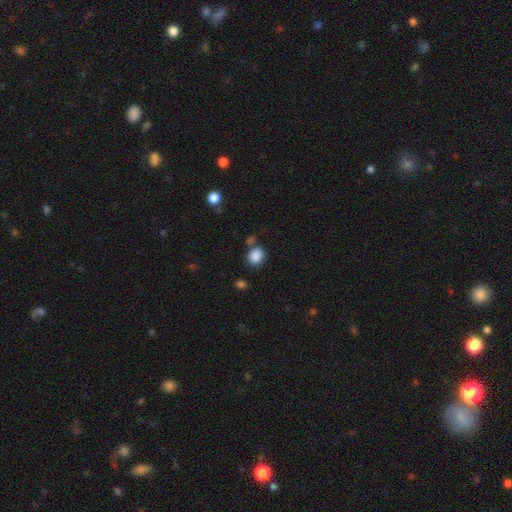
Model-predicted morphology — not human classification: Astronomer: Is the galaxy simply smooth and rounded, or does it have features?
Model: smooth — 87%.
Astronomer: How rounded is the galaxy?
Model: round — 61% (runner-up: in between, 39%).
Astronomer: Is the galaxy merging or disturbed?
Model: none — 73%.